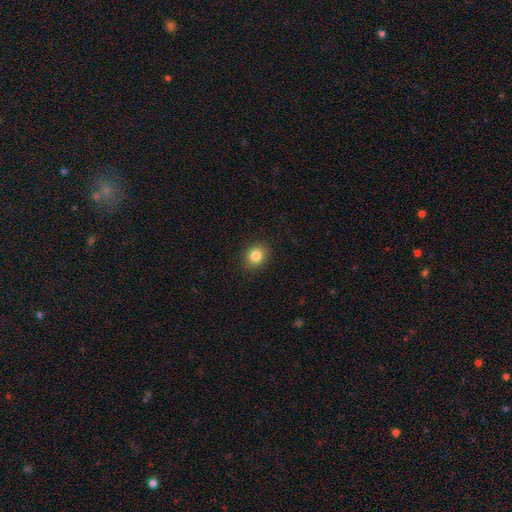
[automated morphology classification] Smooth or featured?
  - smooth: 84% *
  - star or artifact: 10%
  - featured or disk: 6%
How rounded?
  - round: 67% *
  - in between: 32%
  - cigar-shaped: 1%
Merging?
  - none: 90% *
  - minor disturbance: 7%
  - major disturbance: 2%
  - merger: 1%